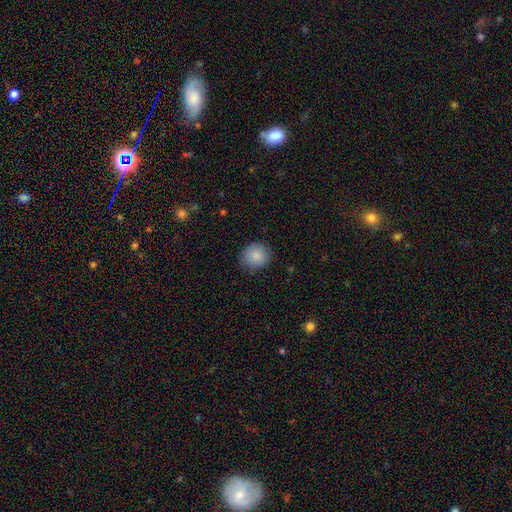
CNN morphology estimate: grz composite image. It shows a smooth galaxy with no disk features (88%) that is round (82%). Merging: none (86%).